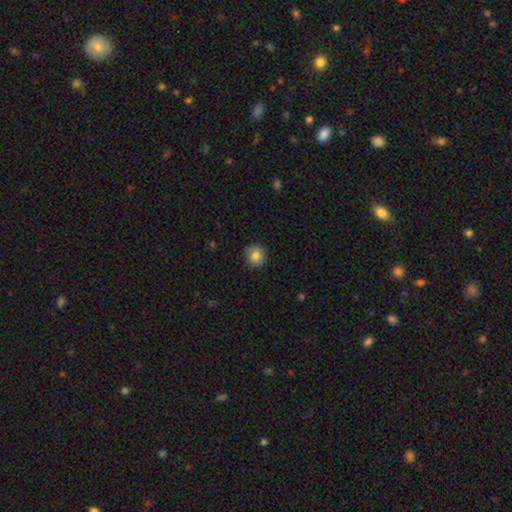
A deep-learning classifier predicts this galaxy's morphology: type=smooth (81%); roundness=round (90%); merging=none (84%).